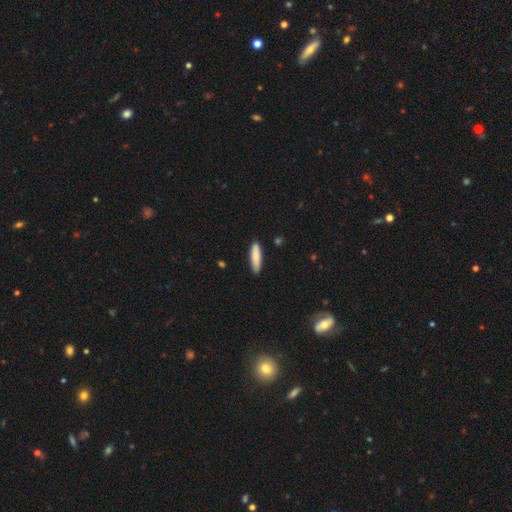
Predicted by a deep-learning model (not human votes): A smooth galaxy with no disk features (84%) that is cigar-shaped (74%).

Vote fractions:
- Smooth or featured? smooth: 84% / featured or disk: 11% / star or artifact: 6%
- How rounded? cigar-shaped: 74% / in between: 24% / round: 1%
- Merging? none: 87% / minor disturbance: 10% / major disturbance: 2% / merger: 1%